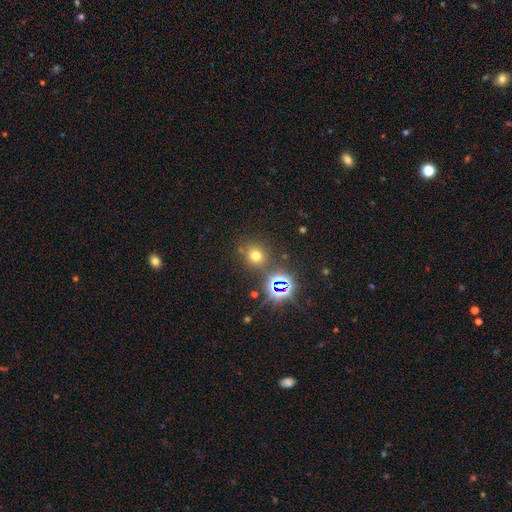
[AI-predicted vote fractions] A smooth galaxy with no disk features (62%) that is round (86%).

Vote fractions:
- Smooth or featured? smooth: 62% / star or artifact: 30% / featured or disk: 9%
- How rounded? round: 86% / in between: 13% / cigar-shaped: 1%
- Merging? none: 78% / minor disturbance: 10% / merger: 8% / major disturbance: 4%